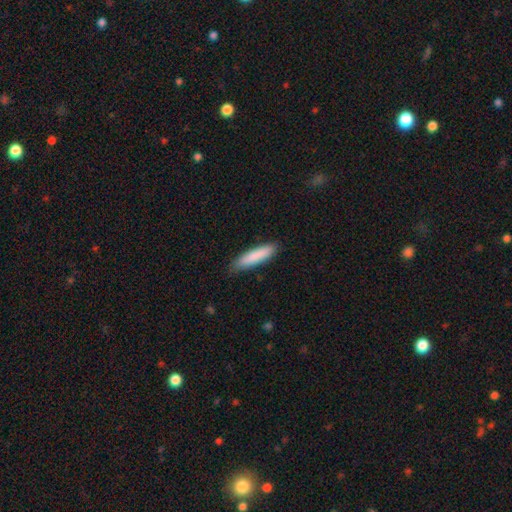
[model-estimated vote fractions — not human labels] smooth 86%, featured or disk 9%, star or artifact 6%. Down the decision tree: how rounded — cigar-shaped (79%); merging — none (84%).